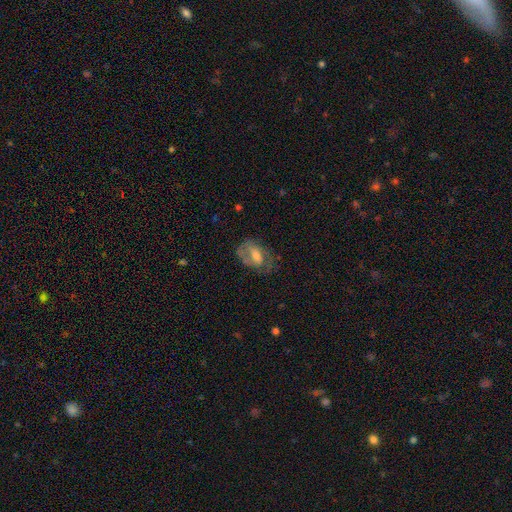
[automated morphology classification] featured or disk 56%, smooth 36%, star or artifact 8%. Down the decision tree: edge-on disk — no (94%); bar — no (48%); spiral arms — yes (62%); bulge size — moderate (57%); merging — none (55%).